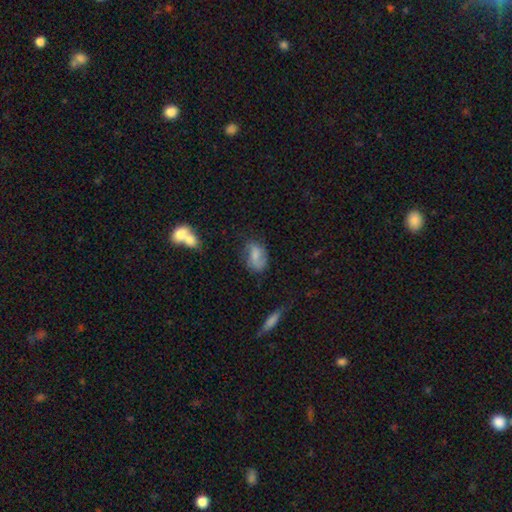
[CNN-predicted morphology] Overall: smooth (60%; featured or disk 31%). How rounded: in between (81%). Merging: none (53%; minor disturbance 29%).